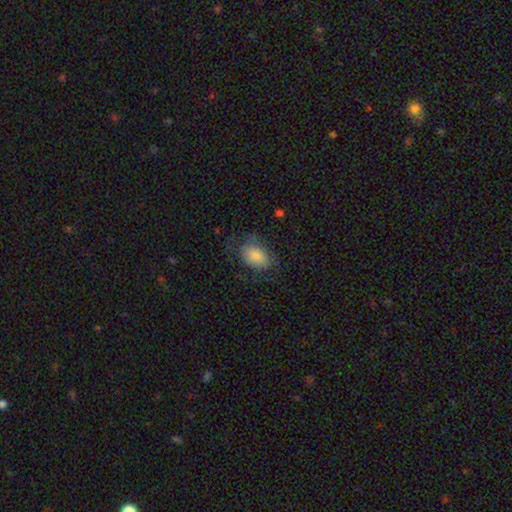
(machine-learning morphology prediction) Smooth or featured: smooth — 76% (featured or disk — 17%)
How rounded: in between — 85% (round — 14%)
Merging: none — 60% (minor disturbance — 24%)